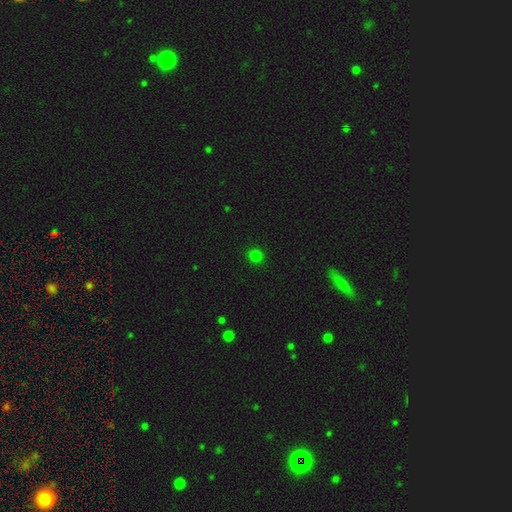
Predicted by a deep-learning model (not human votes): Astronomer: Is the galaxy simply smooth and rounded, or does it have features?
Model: smooth — 79%.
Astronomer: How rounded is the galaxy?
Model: round — 89%.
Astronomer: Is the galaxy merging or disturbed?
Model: none — 91%.